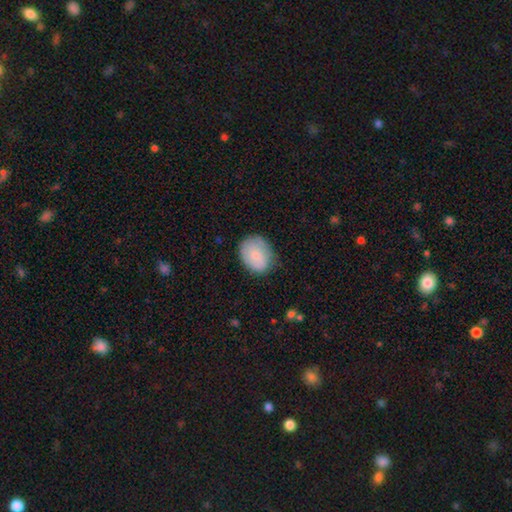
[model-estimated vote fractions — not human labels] Smooth or featured?
  - smooth: 81% *
  - featured or disk: 13%
  - star or artifact: 6%
How rounded?
  - in between: 63% *
  - round: 37%
  - cigar-shaped: 1%
Merging?
  - none: 69% *
  - minor disturbance: 24%
  - major disturbance: 6%
  - merger: 1%